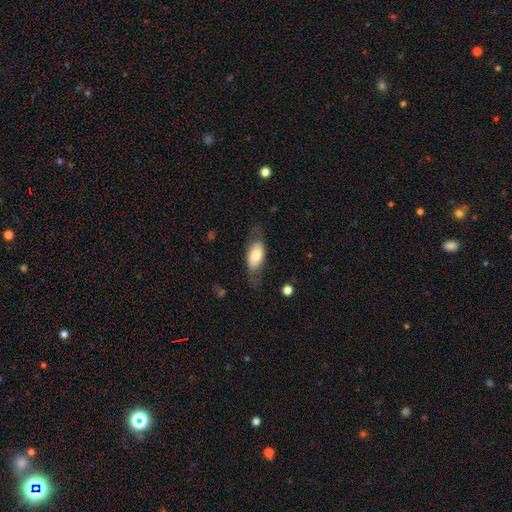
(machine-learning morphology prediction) Smooth or featured? smooth (68%)
How rounded? in between (86%)
Merging? none (65%)